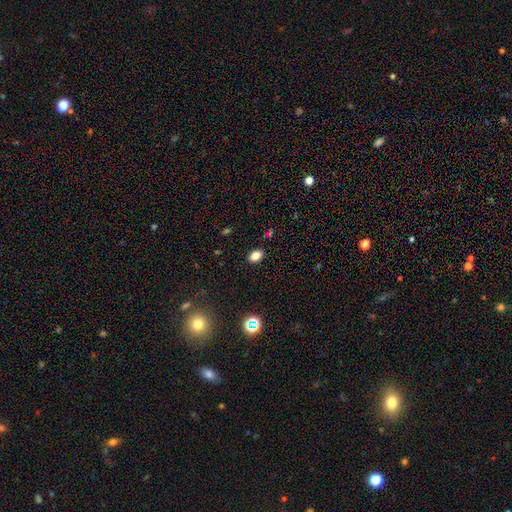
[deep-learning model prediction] smooth 80%, star or artifact 14%, featured or disk 7%. Down the decision tree: how rounded — in between (82%); merging — none (88%).